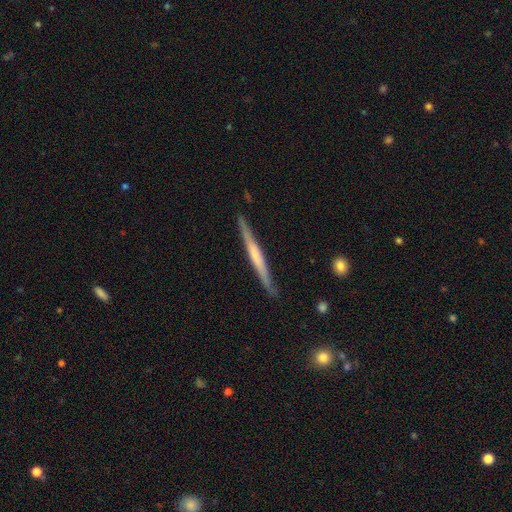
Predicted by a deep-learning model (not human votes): Smooth or featured? featured or disk (60%)
Edge-on disk? yes (97%)
Edge-on bulge? none (56%)
Merging? none (86%)